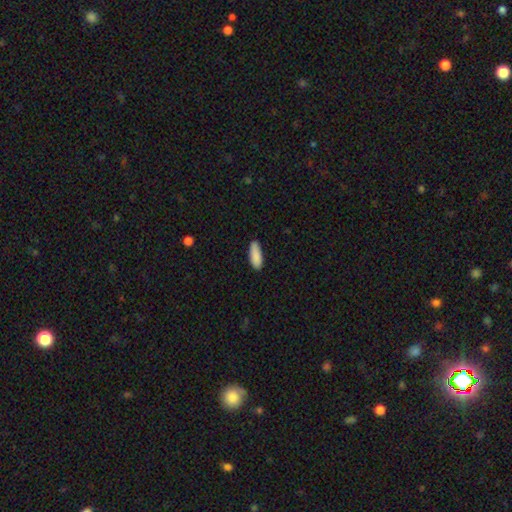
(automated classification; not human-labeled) A smooth galaxy with no disk features (89%) that is in between round and cigar-shaped (65%).

Vote fractions:
- Smooth or featured? smooth: 89% / star or artifact: 6% / featured or disk: 5%
- How rounded? in between: 65% / cigar-shaped: 33% / round: 2%
- Merging? none: 84% / minor disturbance: 13% / major disturbance: 2% / merger: 1%